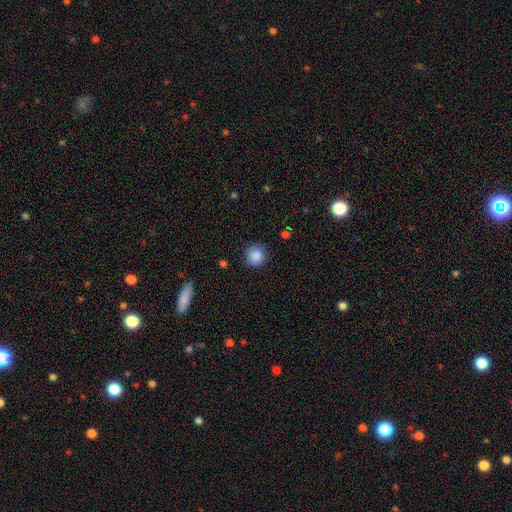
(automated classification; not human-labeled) Overall: smooth (86%). How rounded: round (91%). Merging: none (83%).